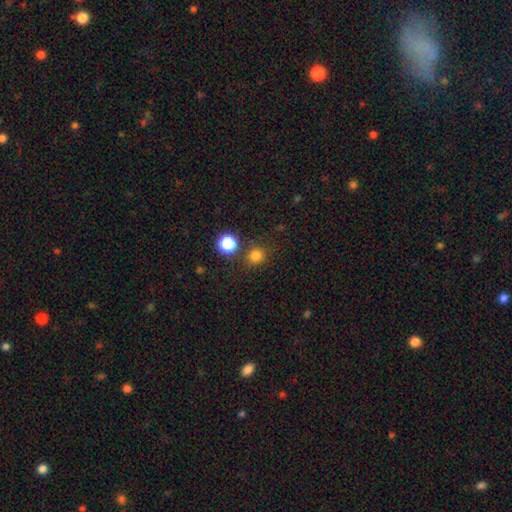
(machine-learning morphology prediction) Overall: smooth (80%). How rounded: round (87%). Merging: none (78%).